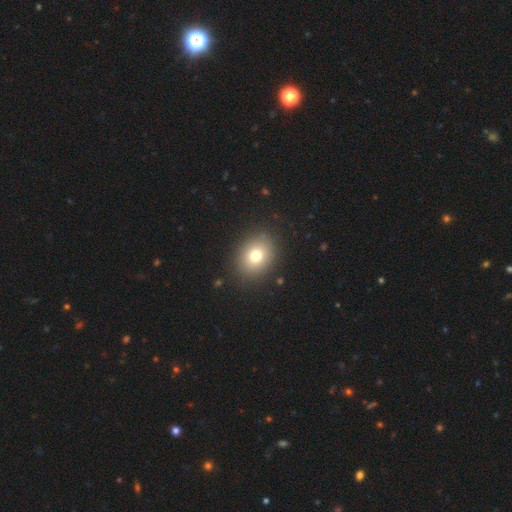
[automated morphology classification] A smooth galaxy with no disk features (75%) that is round (55%). Merging: none (88%).